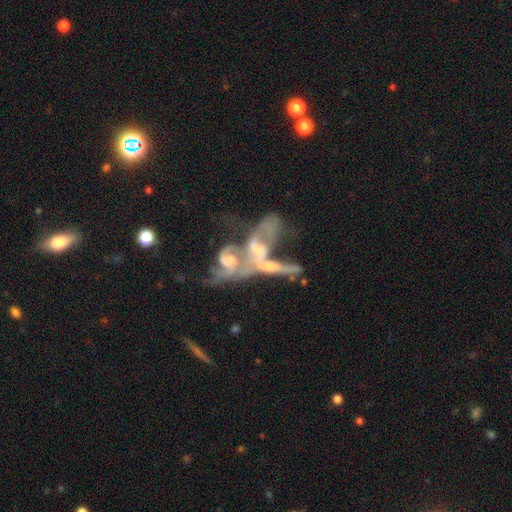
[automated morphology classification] Smooth or featured? Predicted: featured or disk (p=0.66). Edge-on disk? Predicted: no (p=0.84). Bar? Predicted: no (p=0.75). Spiral arms? Predicted: no (p=0.60). Bulge size? Predicted: moderate (p=0.37). Merging? Predicted: merger (p=0.71).